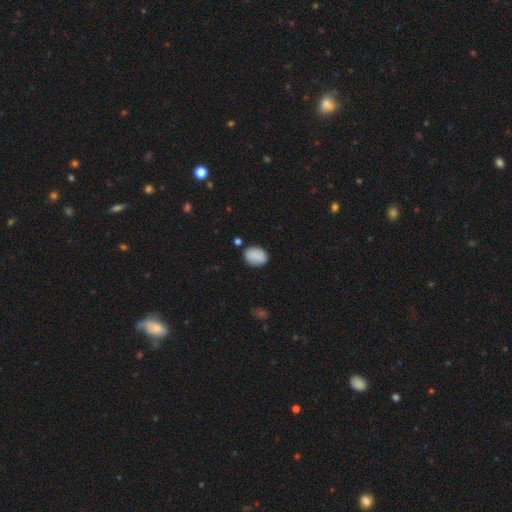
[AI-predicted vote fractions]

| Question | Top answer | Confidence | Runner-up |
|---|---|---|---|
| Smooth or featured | smooth | 83% | featured or disk (10%) |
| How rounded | in between | 76% | round (23%) |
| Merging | none | 78% | minor disturbance (15%) |